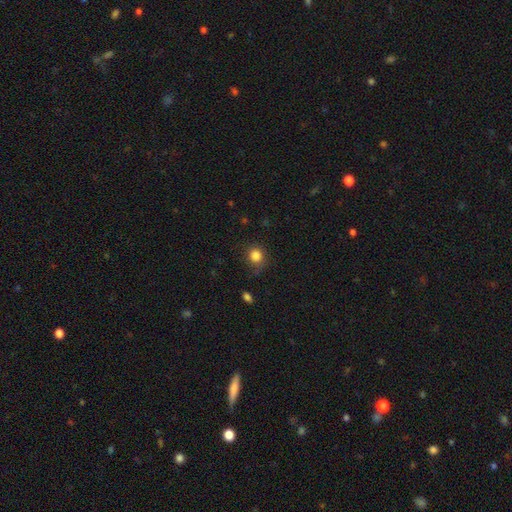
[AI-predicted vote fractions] smooth 84%, star or artifact 12%, featured or disk 4%. Down the decision tree: how rounded — round (85%); merging — none (77%).